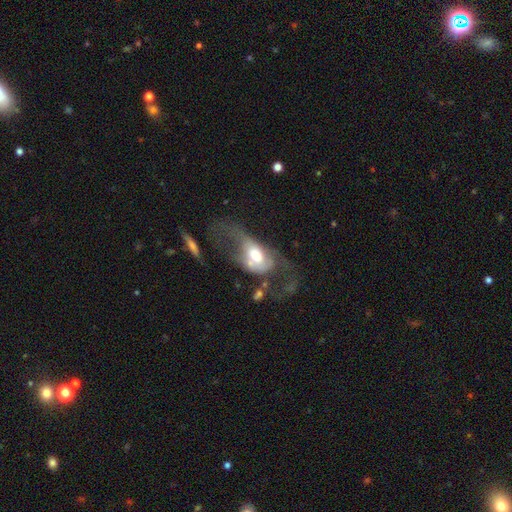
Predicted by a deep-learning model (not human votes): The model was most divided on "smooth or featured": featured or disk: 53%, smooth: 40%, star or artifact: 7%. More confident: edge-on disk — no (90%); merging — major disturbance (54%).